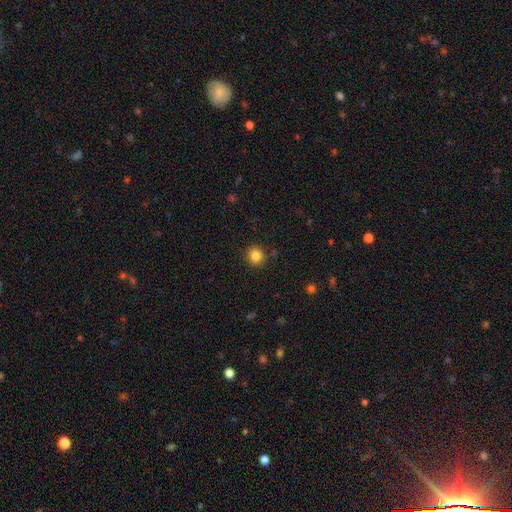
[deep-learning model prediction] This appears to be a smooth galaxy with no disk features (84%) that is round (89%). Merging: none (89%).